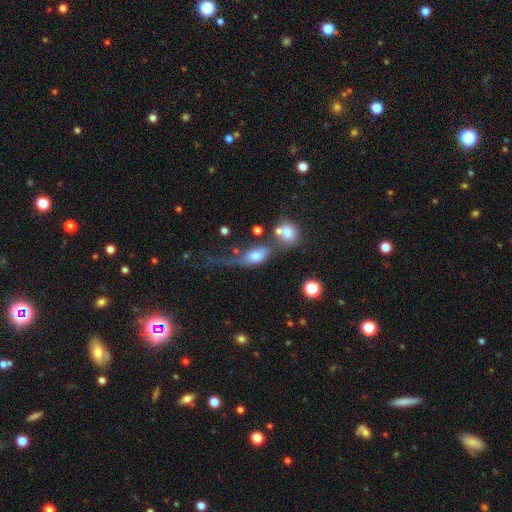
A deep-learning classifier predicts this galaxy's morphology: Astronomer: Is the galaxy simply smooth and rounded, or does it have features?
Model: smooth — 66%.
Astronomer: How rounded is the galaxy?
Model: in between — 78%.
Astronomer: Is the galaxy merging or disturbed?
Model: major disturbance — 36% (runner-up: merger, 26%).